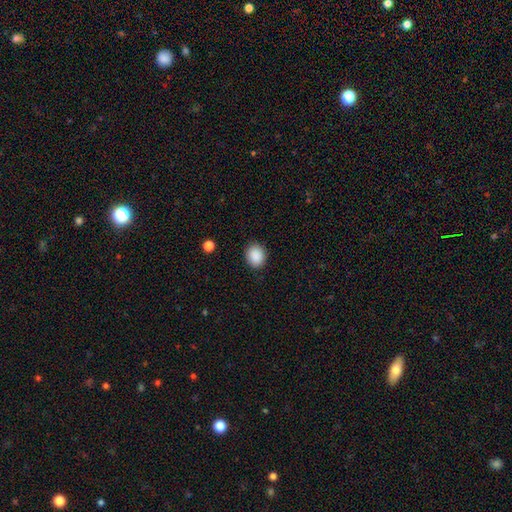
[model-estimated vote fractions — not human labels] Smooth or featured? Predicted: smooth (p=0.89). How rounded? Predicted: round (p=0.59). Merging? Predicted: none (p=0.89).